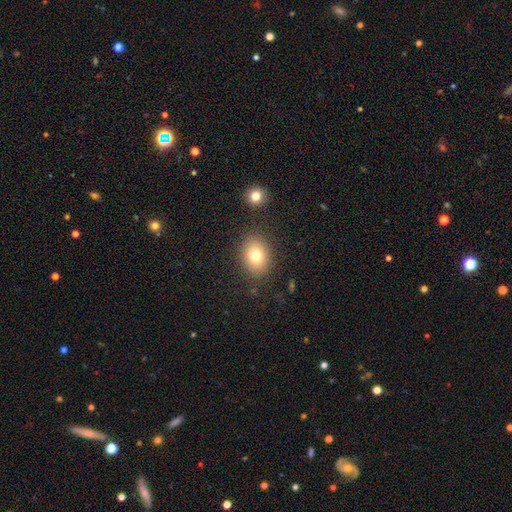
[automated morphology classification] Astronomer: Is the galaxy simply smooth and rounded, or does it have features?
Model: smooth — 77%.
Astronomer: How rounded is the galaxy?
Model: in between — 57% (runner-up: round, 42%).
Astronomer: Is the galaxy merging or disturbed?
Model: none — 84%.